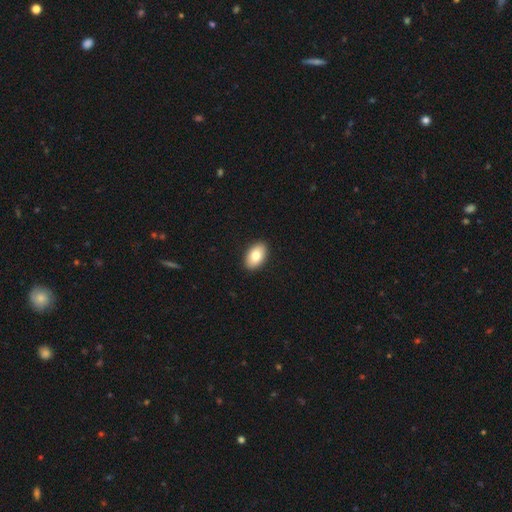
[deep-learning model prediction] smooth 80%, featured or disk 13%, star or artifact 7%. Down the decision tree: how rounded — in between (93%); merging — none (91%).